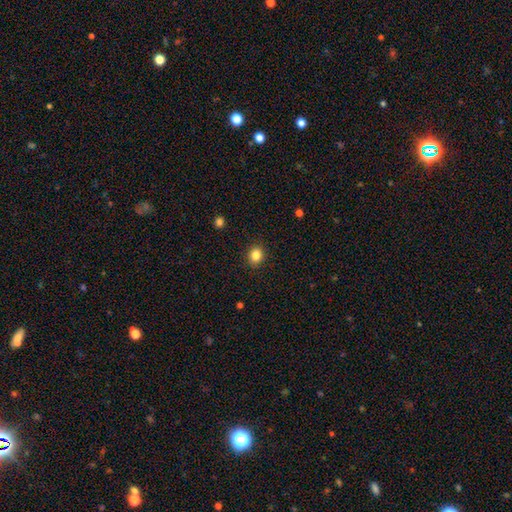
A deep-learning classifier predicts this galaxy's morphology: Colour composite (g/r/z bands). It shows a smooth galaxy with no disk features (85%) that is round (65%). Merging: none (90%).